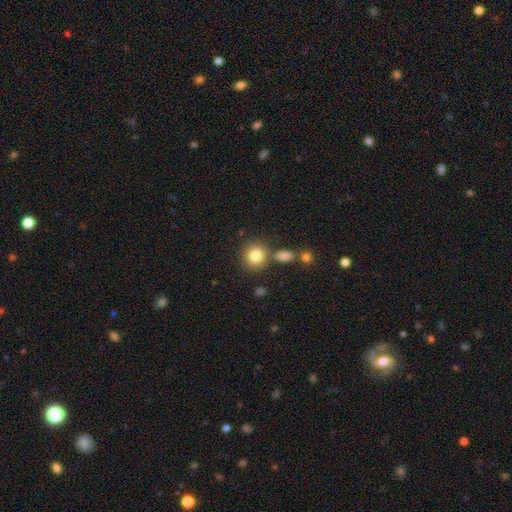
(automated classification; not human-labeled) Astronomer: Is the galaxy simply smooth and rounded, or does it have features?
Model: smooth — 83%.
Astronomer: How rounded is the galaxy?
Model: round — 88%.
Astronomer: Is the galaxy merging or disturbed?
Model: none — 75%.